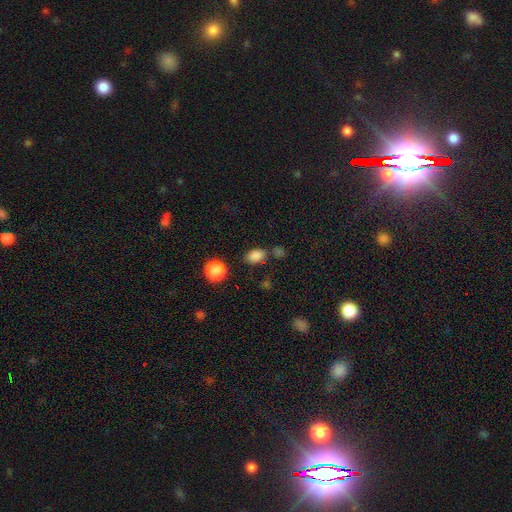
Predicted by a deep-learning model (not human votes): Smooth or featured: smooth — 82% (star or artifact — 13%)
How rounded: in between — 81% (round — 17%)
Merging: none — 75% (minor disturbance — 13%)